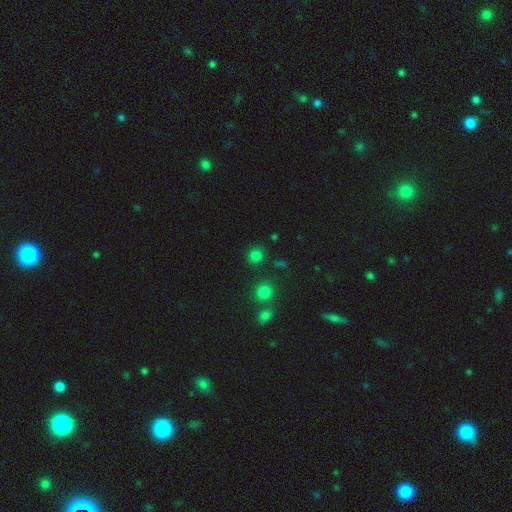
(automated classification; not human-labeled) This appears to be a smooth galaxy with no disk features (77%) that is round (90%). Merging: none (83%).